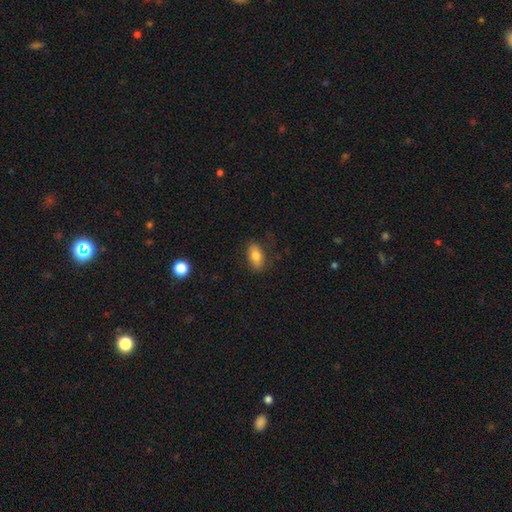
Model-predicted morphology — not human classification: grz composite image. It shows a smooth galaxy with no disk features (79%) that is in between round and cigar-shaped (89%). Merging: none (79%).